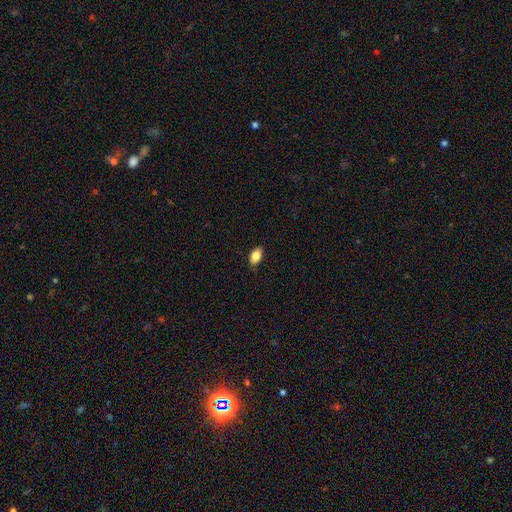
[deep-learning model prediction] smooth_or_featured: smooth (p=0.83) [alt: featured or disk p=0.09]
how_rounded: in between (p=0.91) [alt: round p=0.06]
merging: none (p=0.84) [alt: minor disturbance p=0.13]